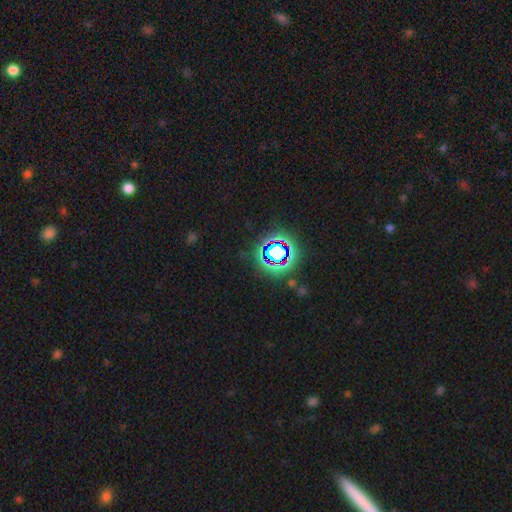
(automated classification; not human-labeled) The model was most divided on "smooth or featured": star or artifact: 79%, smooth: 14%, featured or disk: 7%.